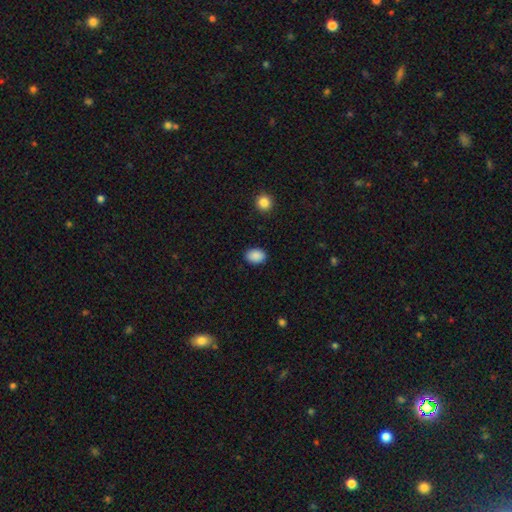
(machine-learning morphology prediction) A smooth galaxy with no disk features (89%) that is in between round and cigar-shaped (71%).

Vote fractions:
- Smooth or featured? smooth: 89% / star or artifact: 8% / featured or disk: 3%
- How rounded? in between: 71% / round: 28% / cigar-shaped: 1%
- Merging? none: 88% / minor disturbance: 8% / major disturbance: 2% / merger: 1%